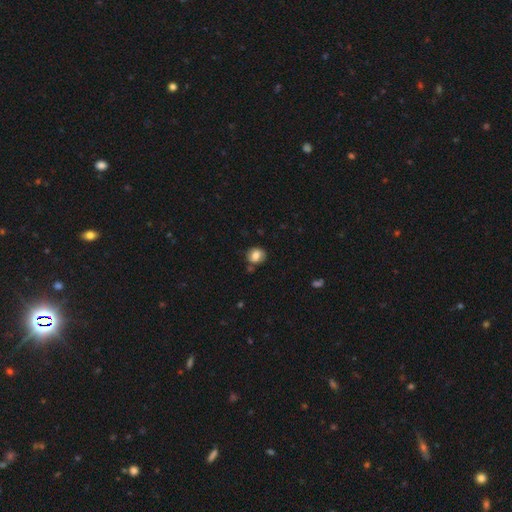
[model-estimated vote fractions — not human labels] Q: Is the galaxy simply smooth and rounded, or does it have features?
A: smooth — 76%.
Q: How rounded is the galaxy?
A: round — 71%.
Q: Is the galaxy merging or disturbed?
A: none — 73%.